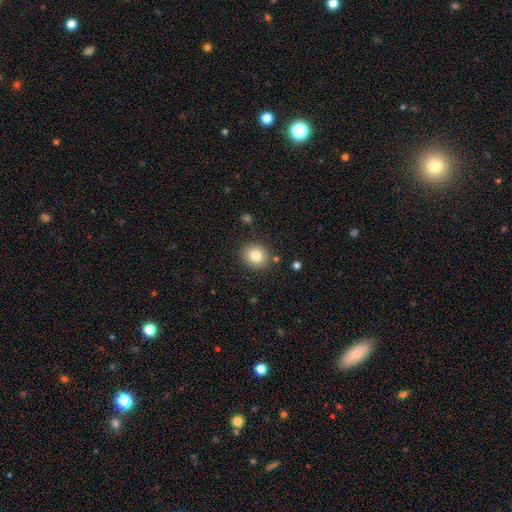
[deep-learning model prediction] The model was most divided on "how rounded": round: 77%, in between: 22%, cigar-shaped: 1%. More confident: merging — none (86%); smooth or featured — smooth (82%).